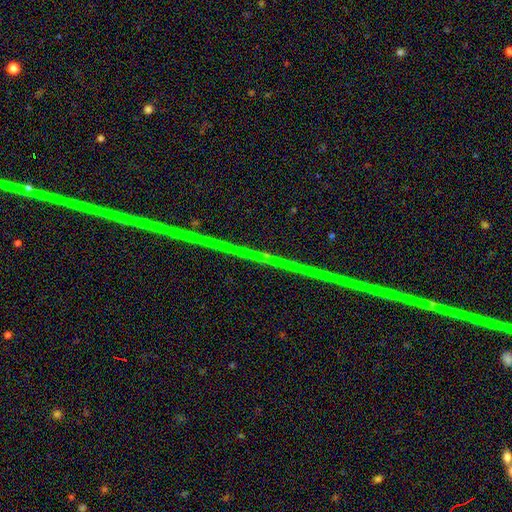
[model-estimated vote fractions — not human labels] A star or artifact, not a galaxy (70%).

Vote fractions:
- Smooth or featured? star or artifact: 70% / featured or disk: 22% / smooth: 8%